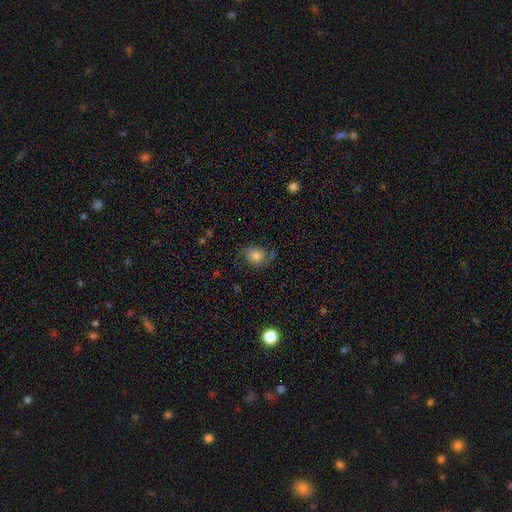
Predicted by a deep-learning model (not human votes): The model was most divided on "how rounded": in between: 59%, round: 40%, cigar-shaped: 1%. More confident: smooth or featured — smooth (63%); merging — none (61%).